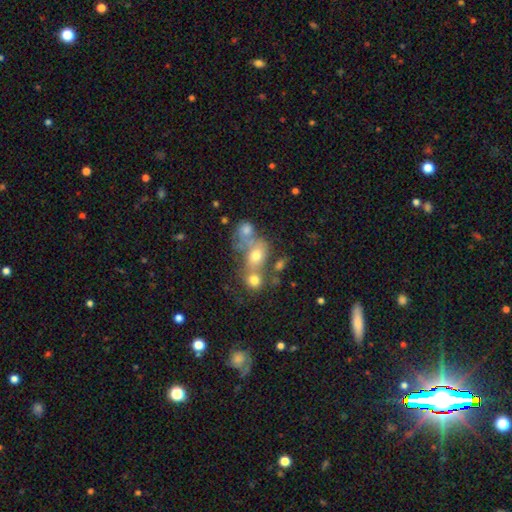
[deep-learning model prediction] smooth_or_featured: smooth (p=0.62) [alt: featured or disk p=0.21]
how_rounded: round (p=0.50) [alt: in between p=0.49]
merging: merger (p=0.50) [alt: none p=0.31]